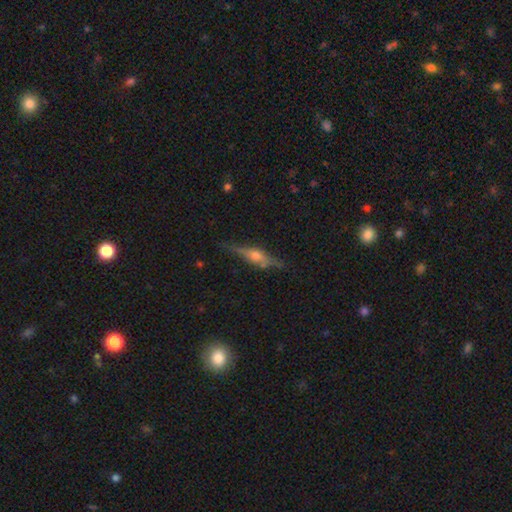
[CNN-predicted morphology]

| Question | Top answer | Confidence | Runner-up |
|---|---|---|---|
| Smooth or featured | featured or disk | 76% | smooth (16%) |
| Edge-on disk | yes | 96% | no (4%) |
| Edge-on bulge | rounded | 88% | boxy (8%) |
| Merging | none | 84% | minor disturbance (11%) |